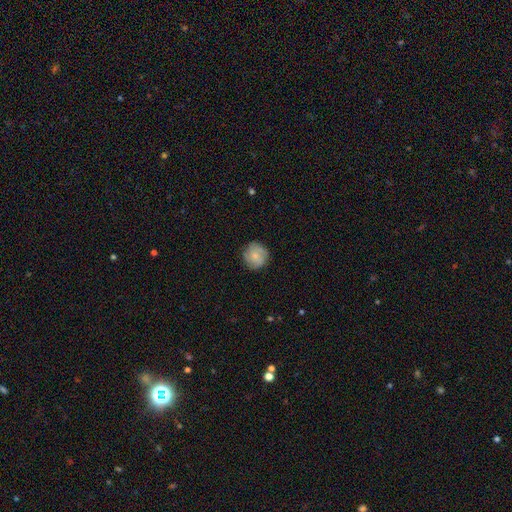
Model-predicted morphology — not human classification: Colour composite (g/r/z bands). It shows a smooth galaxy with no disk features (64%) that is round (92%). Merging: none (83%).